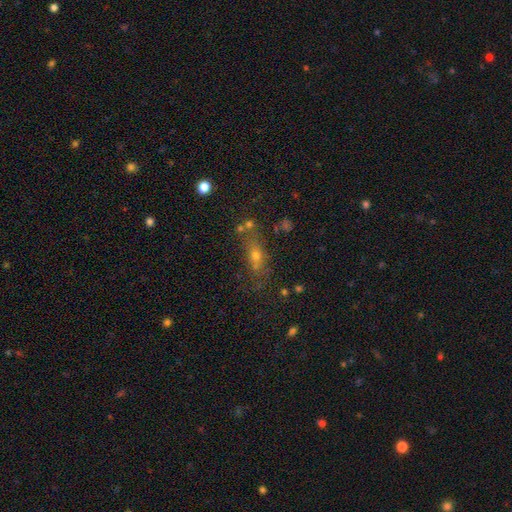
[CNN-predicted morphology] This is possibly a smooth galaxy (53%). How rounded: possibly in between (50%). Merging: possibly none (58%).